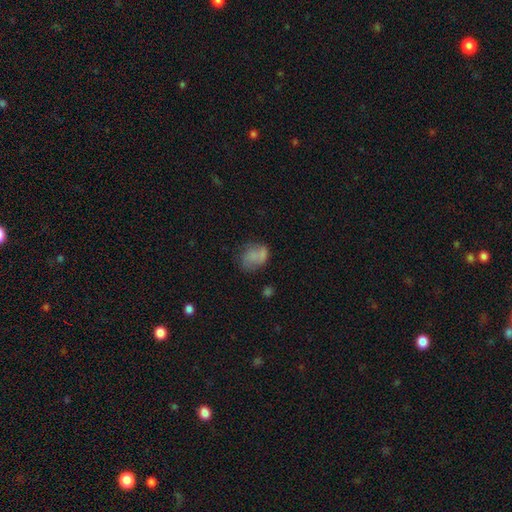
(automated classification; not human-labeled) Morphology: type=smooth (65%); roundness=in between (60%); merging=none (45%).